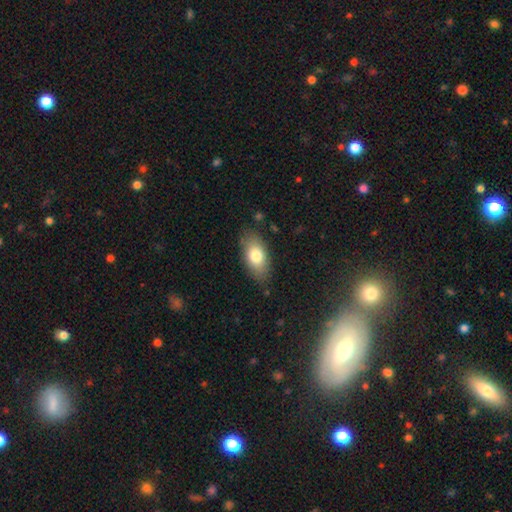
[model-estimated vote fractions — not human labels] Q: Smooth or featured?
A: smooth (77%); runner-up: featured or disk (16%)
Q: How rounded?
A: in between (90%); runner-up: cigar-shaped (5%)
Q: Merging?
A: none (80%); runner-up: minor disturbance (15%)